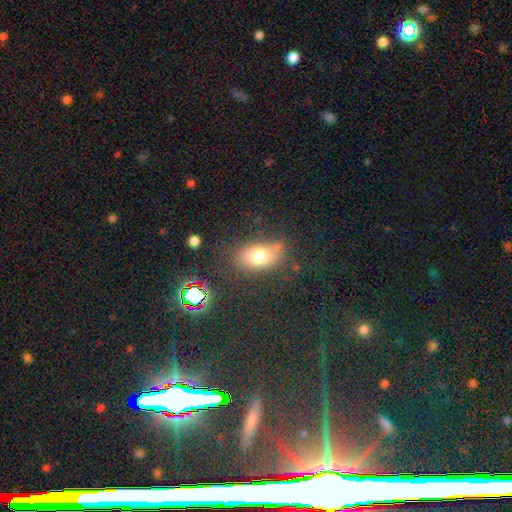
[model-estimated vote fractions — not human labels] Morphology: type=smooth (68%); roundness=in between (82%); merging=none (65%).